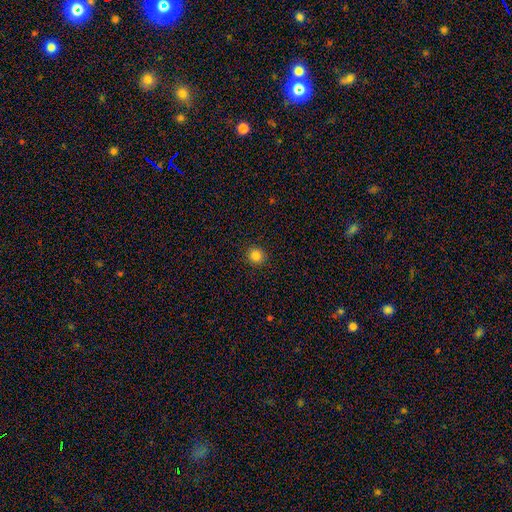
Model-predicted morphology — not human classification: A smooth galaxy with no disk features (84%) that is round (88%).

Vote fractions:
- Smooth or featured? smooth: 84% / star or artifact: 12% / featured or disk: 4%
- How rounded? round: 88% / in between: 11% / cigar-shaped: 1%
- Merging? none: 91% / minor disturbance: 6% / major disturbance: 2% / merger: 1%